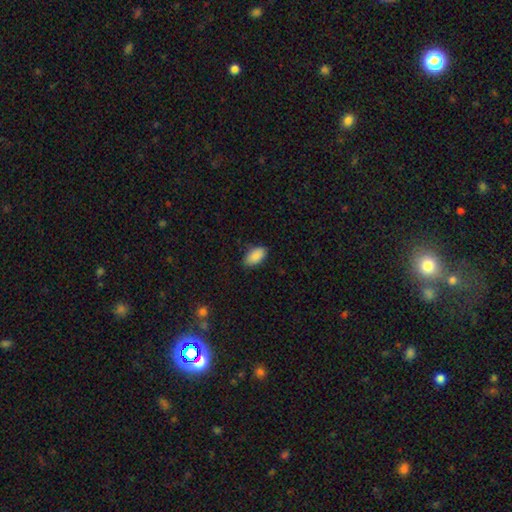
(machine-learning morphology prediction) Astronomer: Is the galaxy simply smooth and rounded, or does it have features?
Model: smooth — 89%.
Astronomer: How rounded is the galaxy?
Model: in between — 94%.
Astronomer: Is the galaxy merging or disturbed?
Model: none — 84%.